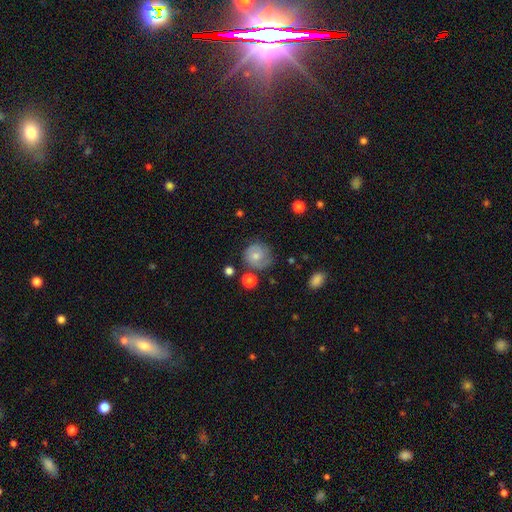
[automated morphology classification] Smooth or featured? Predicted: featured or disk (p=0.46, tied with smooth). Merging? Predicted: none (p=0.69).